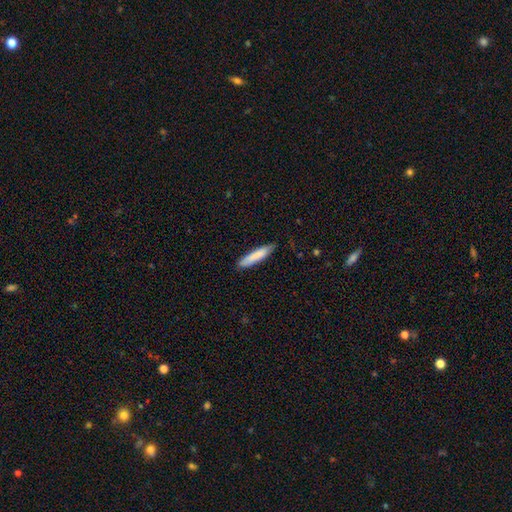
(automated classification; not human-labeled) Morphology: type=smooth (84%); roundness=cigar-shaped (85%); merging=none (80%).